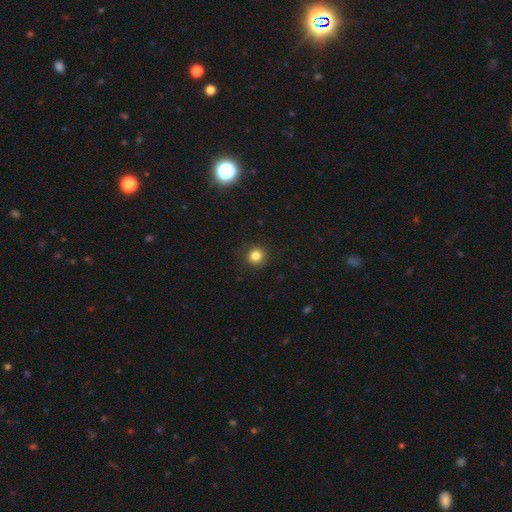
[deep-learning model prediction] The model was most divided on "smooth or featured": smooth: 83%, star or artifact: 12%, featured or disk: 5%. More confident: how rounded — round (91%); merging — none (91%).